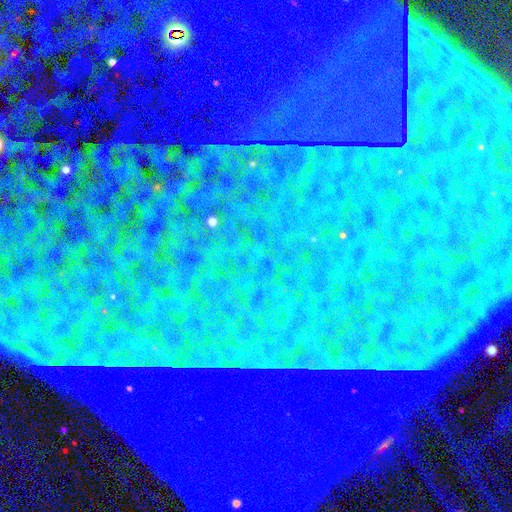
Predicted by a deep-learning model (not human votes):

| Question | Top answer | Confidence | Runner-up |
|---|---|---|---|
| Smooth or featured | star or artifact | 87% | featured or disk (7%) |